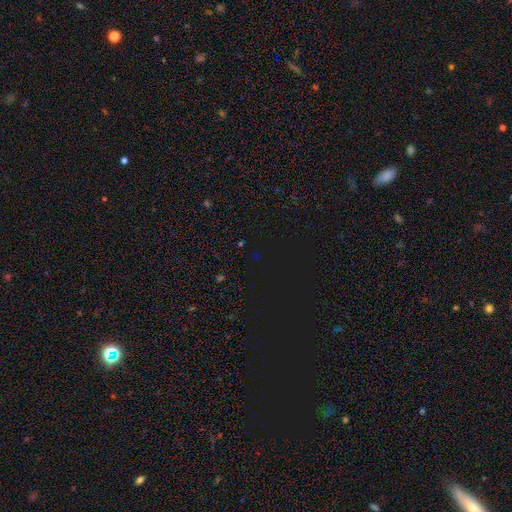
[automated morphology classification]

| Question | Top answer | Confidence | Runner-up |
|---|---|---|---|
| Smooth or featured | star or artifact | 74% | smooth (19%) |